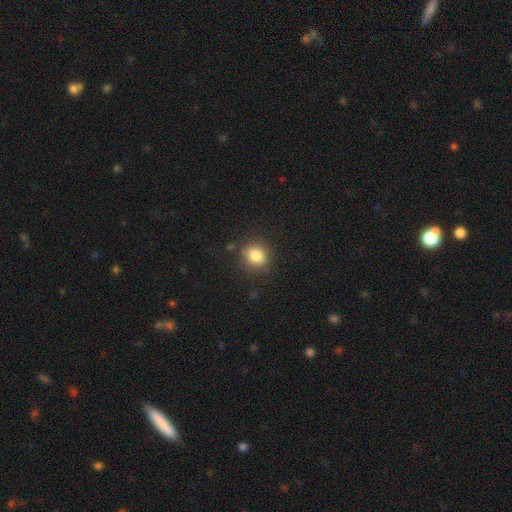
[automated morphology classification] smooth-or-featured: smooth: 83% | star or artifact: 11% | featured or disk: 6%
  how-rounded: round: 71% | in between: 28% | cigar-shaped: 1%
  merging: none: 83% | minor disturbance: 12% | major disturbance: 3% | merger: 2%